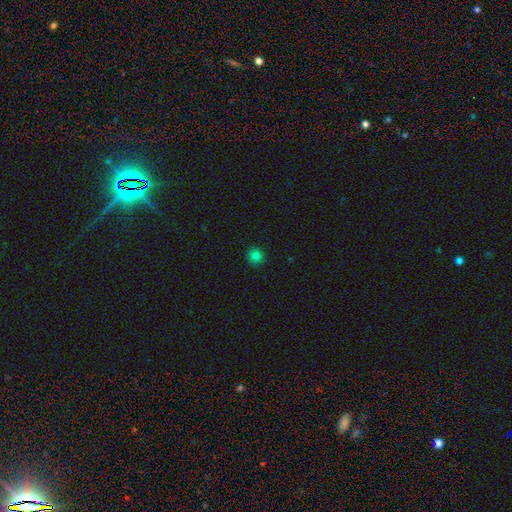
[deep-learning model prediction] Smooth or featured? smooth (80%)
How rounded? round (93%)
Merging? none (92%)